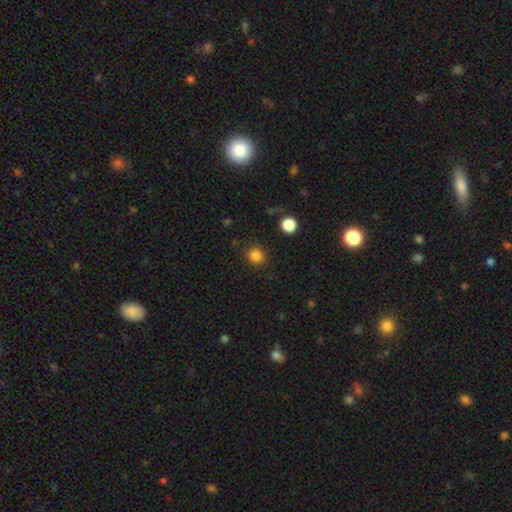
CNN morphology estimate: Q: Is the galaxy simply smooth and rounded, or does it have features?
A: smooth — 83%.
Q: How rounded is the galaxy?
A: round — 86%.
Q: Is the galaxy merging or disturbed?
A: none — 86%.